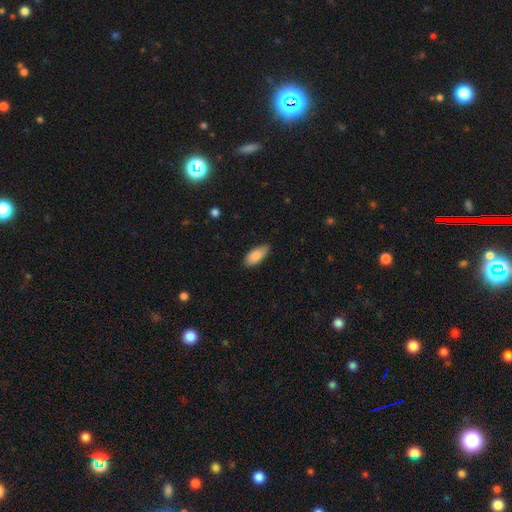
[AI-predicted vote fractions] Smooth or featured? Predicted: smooth (p=0.86). How rounded? Predicted: in between (p=0.90). Merging? Predicted: none (p=0.76).